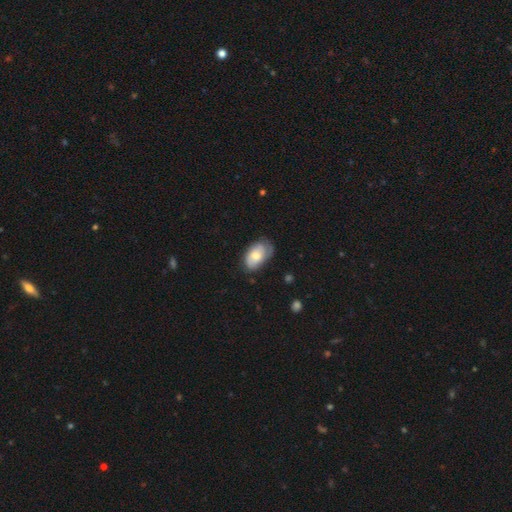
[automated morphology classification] type=smooth (58%); roundness=in between (91%); merging=none (59%).